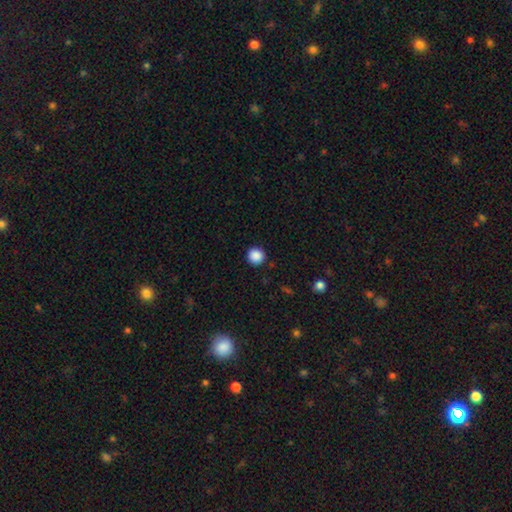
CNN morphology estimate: Overall: smooth (88%). How rounded: round (94%). Merging: none (92%).